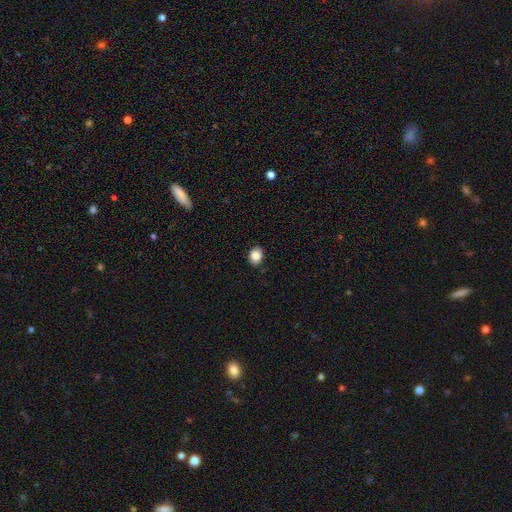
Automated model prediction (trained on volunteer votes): The model was most divided on "how rounded": round: 55%, in between: 44%, cigar-shaped: 1%. More confident: merging — none (89%); smooth or featured — smooth (87%).